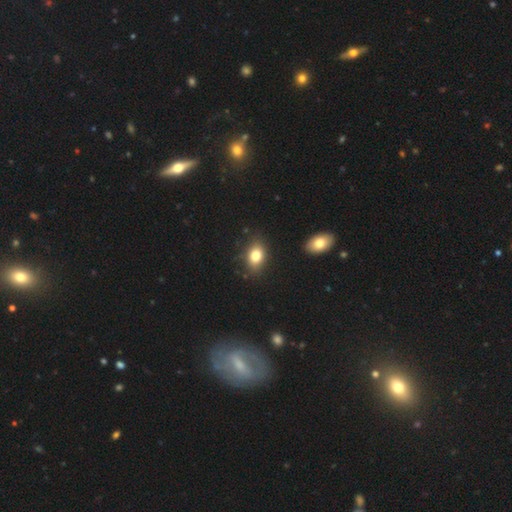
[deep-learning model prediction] Smooth or featured?
  - smooth: 80% *
  - featured or disk: 10%
  - star or artifact: 10%
How rounded?
  - in between: 80% *
  - round: 18%
  - cigar-shaped: 2%
Merging?
  - none: 82% *
  - minor disturbance: 12%
  - major disturbance: 3%
  - merger: 3%